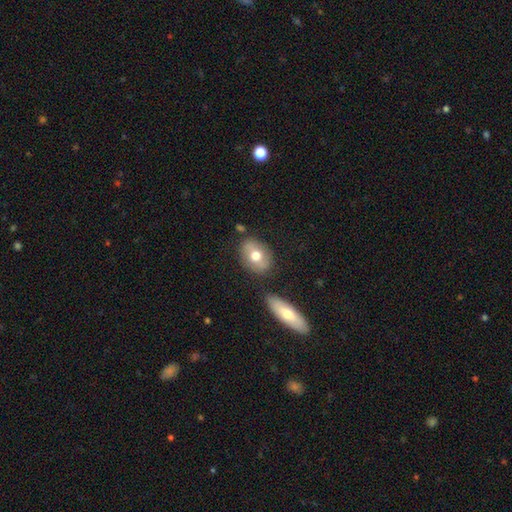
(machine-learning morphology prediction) Smooth or featured? Predicted: smooth (p=0.68). How rounded? Predicted: in between (p=0.67). Merging? Predicted: none (p=0.75).